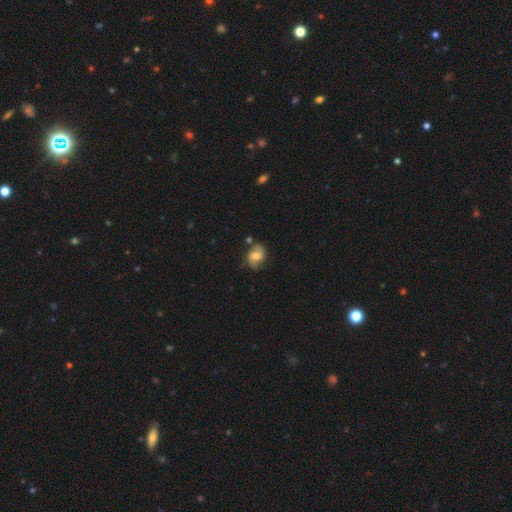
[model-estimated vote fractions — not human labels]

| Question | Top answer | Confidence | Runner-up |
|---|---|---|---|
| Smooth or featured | smooth | 45% | tied: featured or disk (45%) |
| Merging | none | 61% | minor disturbance (24%) |